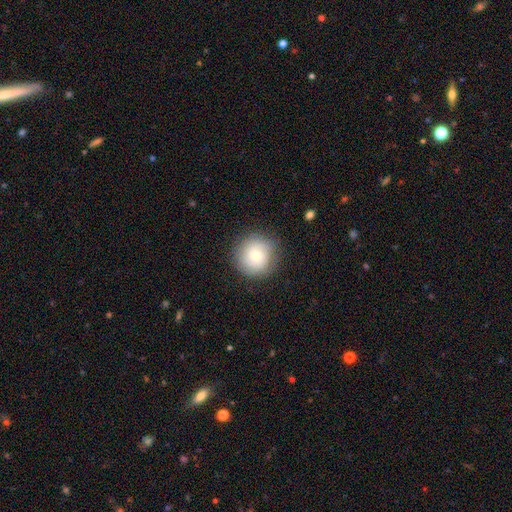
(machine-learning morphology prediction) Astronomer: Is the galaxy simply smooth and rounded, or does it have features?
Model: smooth — 60%.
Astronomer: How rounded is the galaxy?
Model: round — 93%.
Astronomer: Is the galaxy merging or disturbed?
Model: none — 85%.